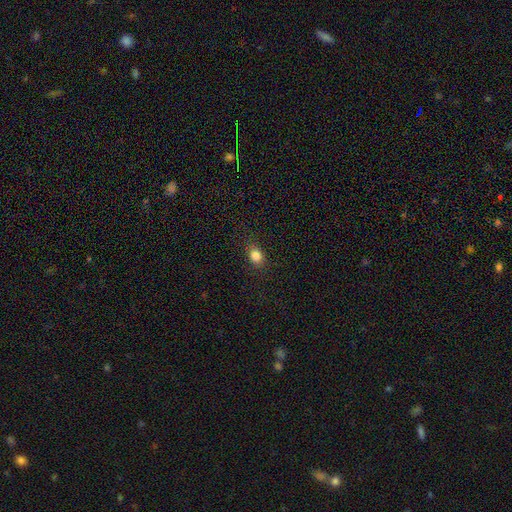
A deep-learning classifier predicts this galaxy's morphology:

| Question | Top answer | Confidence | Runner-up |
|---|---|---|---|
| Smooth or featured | smooth | 84% | star or artifact (11%) |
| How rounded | in between | 55% | round (44%) |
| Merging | none | 85% | minor disturbance (11%) |